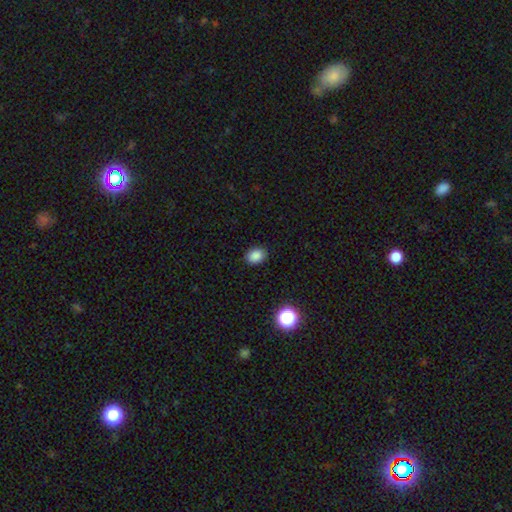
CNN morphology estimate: This appears to be a smooth galaxy with no disk features (86%) that is in between round and cigar-shaped (63%). Merging: none (89%).